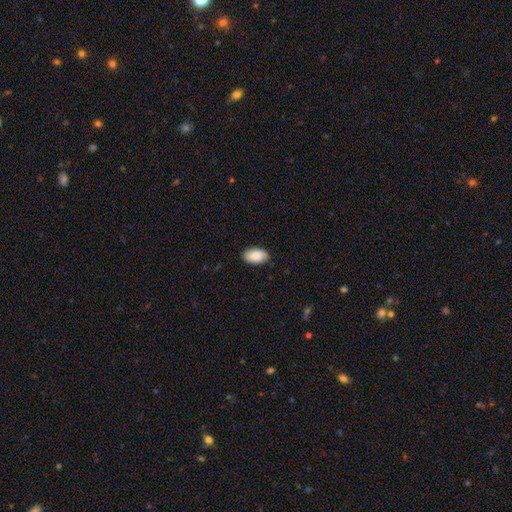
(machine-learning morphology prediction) Overall: smooth (90%). How rounded: in between (95%). Merging: none (87%).